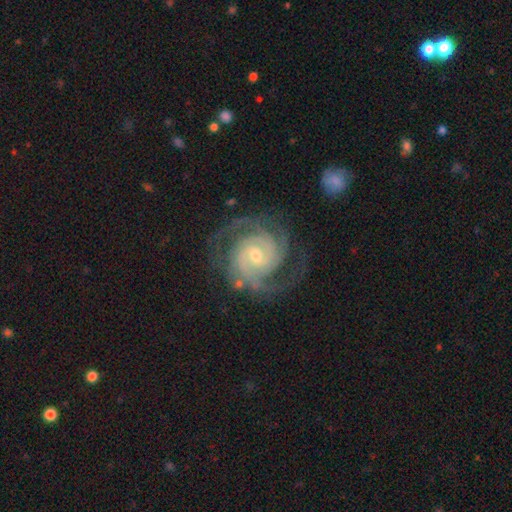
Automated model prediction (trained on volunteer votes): smooth_or_featured: featured or disk (p=0.92) [alt: star or artifact p=0.04]
disk_edge_on: no (p=0.98) [alt: yes p=0.02]
bar: no (p=0.54) [alt: weak p=0.37]
has_spiral_arms: yes (p=0.98) [alt: no p=0.02]
spiral_winding: tight (p=0.65) [alt: medium p=0.31]
spiral_arm_count: 2 (p=0.43) [alt: 3 p=0.31]
bulge_size: small (p=0.50) [alt: moderate p=0.47]
merging: none (p=0.74) [alt: minor disturbance p=0.16]